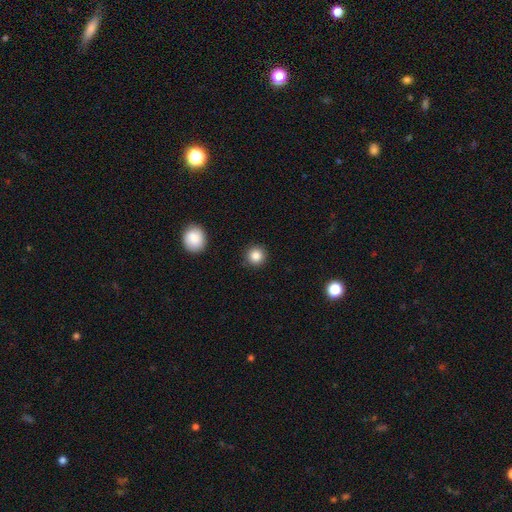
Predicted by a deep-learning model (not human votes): The model was most divided on "smooth or featured": smooth: 85%, star or artifact: 10%, featured or disk: 4%. More confident: how rounded — round (94%); merging — none (90%).